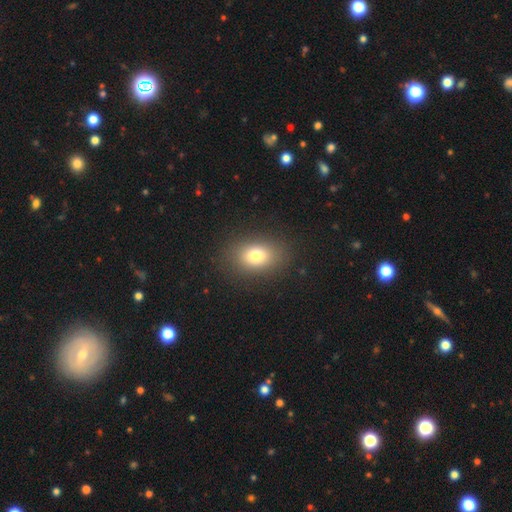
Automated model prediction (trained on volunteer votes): A smooth galaxy with no disk features (77%) that is in between round and cigar-shaped (70%). Merging: none (86%).